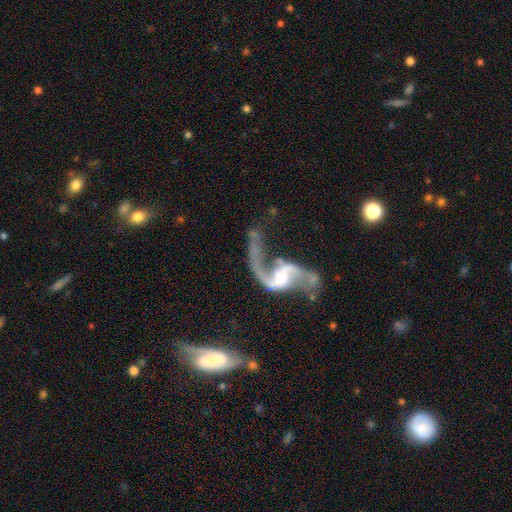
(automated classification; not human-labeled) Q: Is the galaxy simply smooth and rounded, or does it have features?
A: featured or disk — 90%.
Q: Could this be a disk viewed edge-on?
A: no — 96%.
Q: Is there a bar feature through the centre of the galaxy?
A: no — 40%, tied with weak.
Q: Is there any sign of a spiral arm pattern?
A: yes — 96%.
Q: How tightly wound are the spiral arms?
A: loose — 80%.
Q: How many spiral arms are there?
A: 2 — 89%.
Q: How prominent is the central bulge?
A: moderate — 48%.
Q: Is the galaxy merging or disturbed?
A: none — 45%.